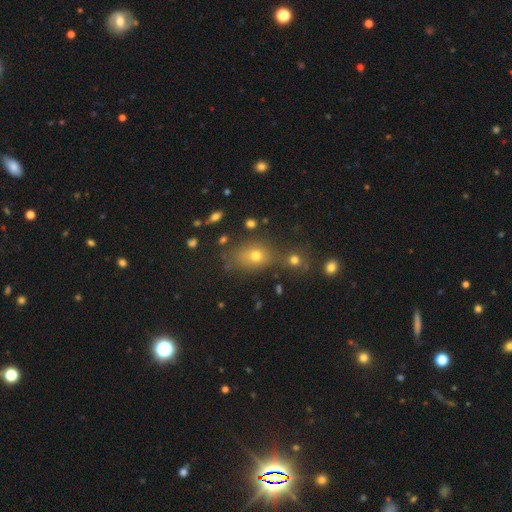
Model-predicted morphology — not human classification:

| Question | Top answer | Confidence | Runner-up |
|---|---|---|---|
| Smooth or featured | smooth | 68% | star or artifact (19%) |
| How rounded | in between | 60% | round (38%) |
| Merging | none | 60% | merger (18%) |